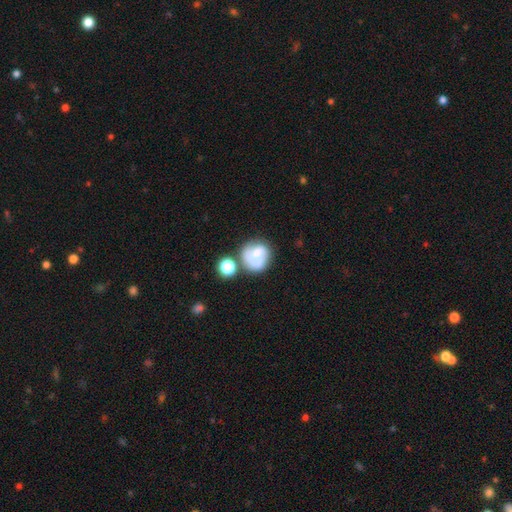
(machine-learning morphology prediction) This is possibly a smooth galaxy (48%). Merging: possibly none (49%).